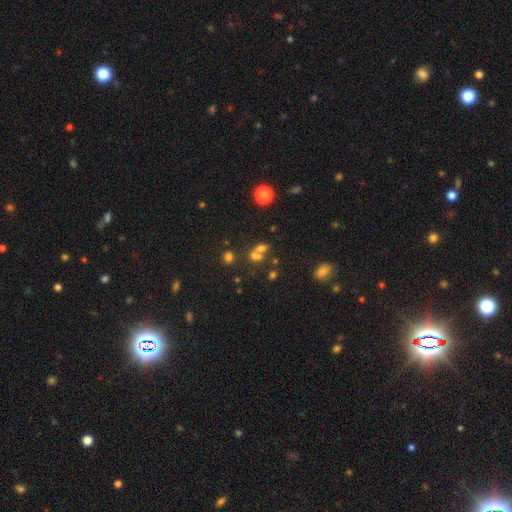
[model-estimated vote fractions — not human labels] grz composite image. It shows a smooth galaxy with no disk features (58%) that is round (55%). Merging: merger (52%).